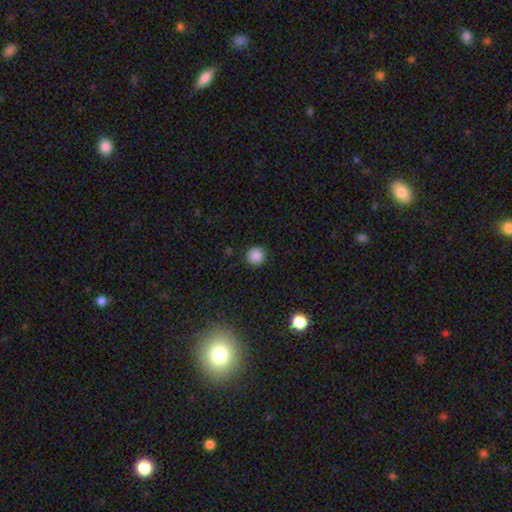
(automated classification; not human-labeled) smooth 87%, star or artifact 10%, featured or disk 3%. Down the decision tree: how rounded — round (94%); merging — none (90%).